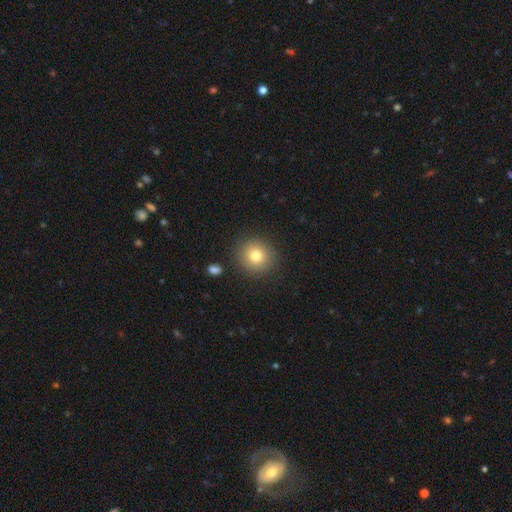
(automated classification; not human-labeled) This appears to be a smooth galaxy with no disk features (78%) that is round (89%). Merging: none (87%).